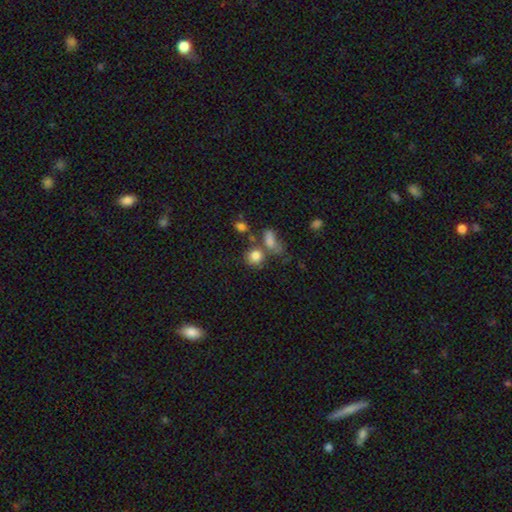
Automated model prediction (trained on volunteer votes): smooth 81%, star or artifact 11%, featured or disk 8%. Down the decision tree: how rounded — round (79%); merging — none (54%).